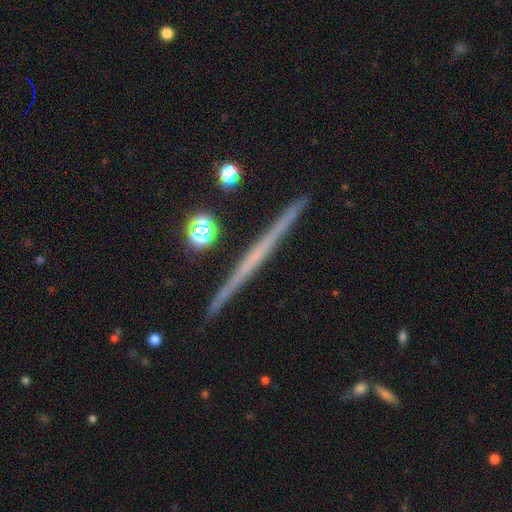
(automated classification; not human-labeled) Smooth or featured? featured or disk (66%)
Edge-on disk? yes (98%)
Edge-on bulge? none (89%)
Merging? none (92%)